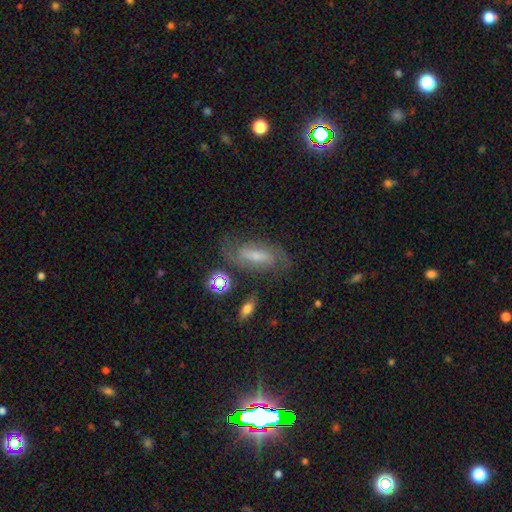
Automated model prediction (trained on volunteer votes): This is likely a featured or disk galaxy (71%). It is clearly not viewed edge-on (91%). Bar: marginally weak (44%). Spiral arm pattern: clearly yes (92%). Spiral arm count: clearly 2 (82%). Spiral winding: possibly medium (50%). Central bulge: possibly small (48%). Merging: likely none (69%).